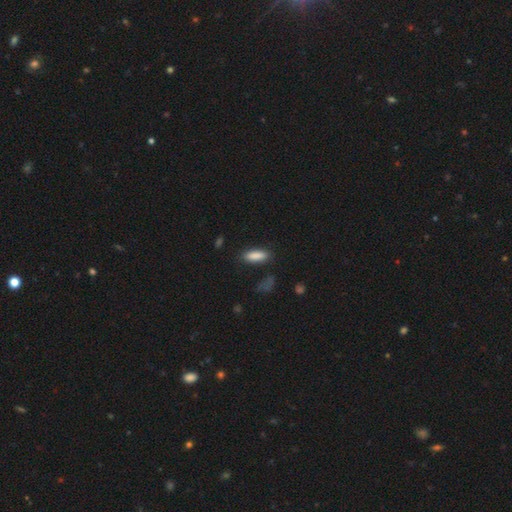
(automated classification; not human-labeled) Overall: smooth (87%). How rounded: in between (54%; cigar-shaped 44%). Merging: none (81%).